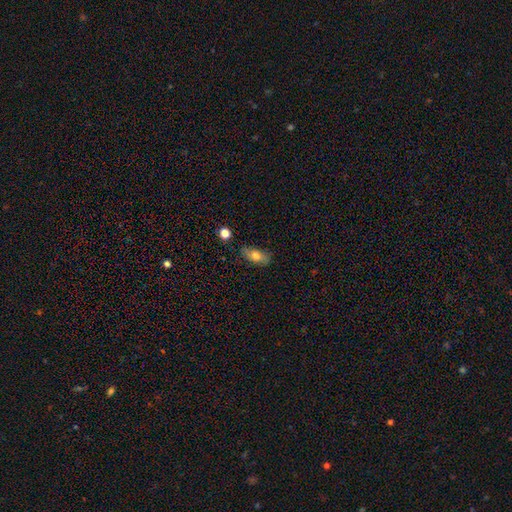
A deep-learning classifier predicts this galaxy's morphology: smooth-or-featured: smooth: 76% | featured or disk: 16% | star or artifact: 8%
  how-rounded: in between: 85% | cigar-shaped: 10% | round: 5%
  merging: none: 79% | minor disturbance: 15% | major disturbance: 4% | merger: 2%